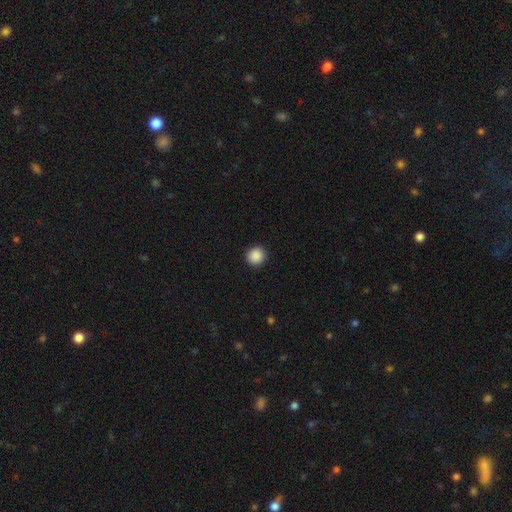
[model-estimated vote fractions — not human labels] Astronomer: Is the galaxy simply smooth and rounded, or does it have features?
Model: smooth — 89%.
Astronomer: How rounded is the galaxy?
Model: round — 94%.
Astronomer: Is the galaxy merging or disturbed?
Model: none — 92%.